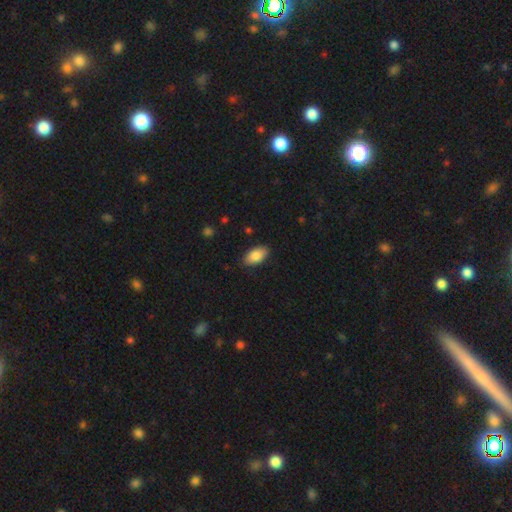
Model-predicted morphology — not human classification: Smooth or featured: smooth — 86% (featured or disk — 7%)
How rounded: in between — 94% (round — 4%)
Merging: none — 85% (minor disturbance — 11%)